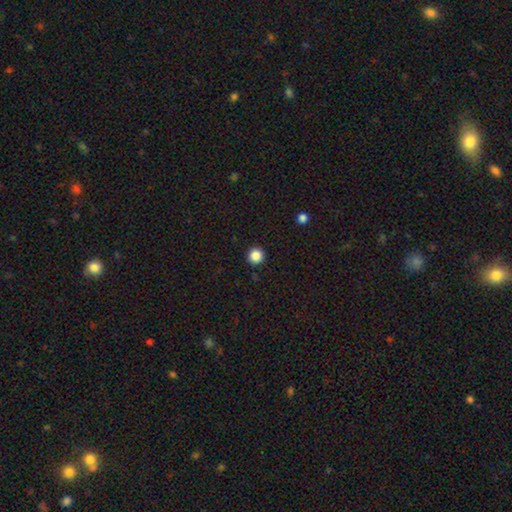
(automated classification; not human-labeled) smooth-or-featured: smooth: 86% | star or artifact: 11% | featured or disk: 3%
  how-rounded: round: 96% | in between: 3% | cigar-shaped: 1%
  merging: none: 93% | minor disturbance: 5% | major disturbance: 2% | merger: 1%